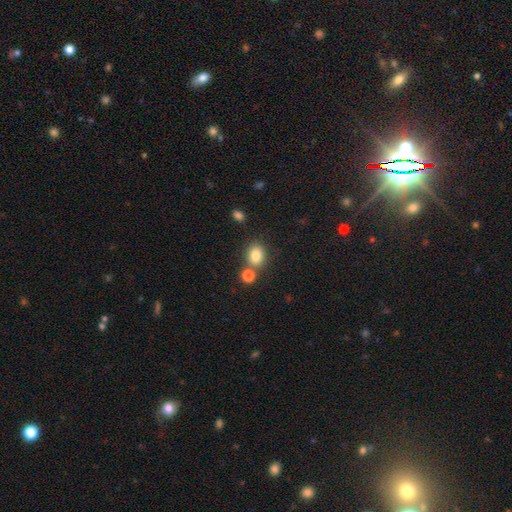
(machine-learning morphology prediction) Smooth or featured? Predicted: smooth (p=0.82). How rounded? Predicted: round (p=0.51). Merging? Predicted: none (p=0.65).